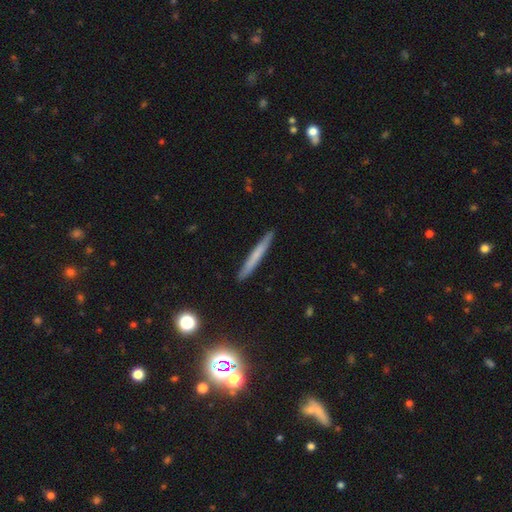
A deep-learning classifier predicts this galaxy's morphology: smooth 59%, featured or disk 33%, star or artifact 8%. Down the decision tree: how rounded — cigar-shaped (96%); merging — none (91%).